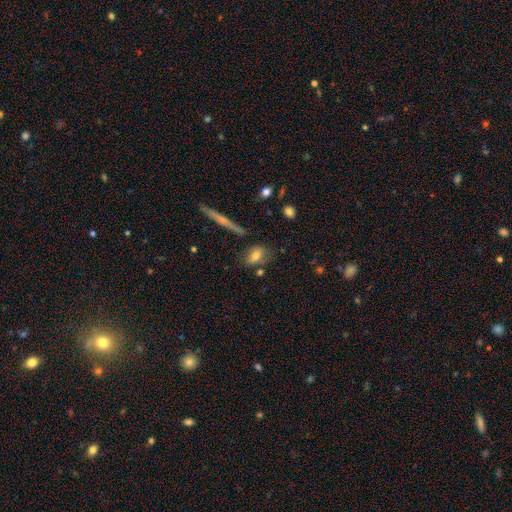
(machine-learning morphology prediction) Smooth or featured?
  - smooth: 69% *
  - featured or disk: 22%
  - star or artifact: 9%
How rounded?
  - in between: 76% *
  - round: 15%
  - cigar-shaped: 9%
Merging?
  - none: 67% *
  - minor disturbance: 18%
  - merger: 9%
  - major disturbance: 6%